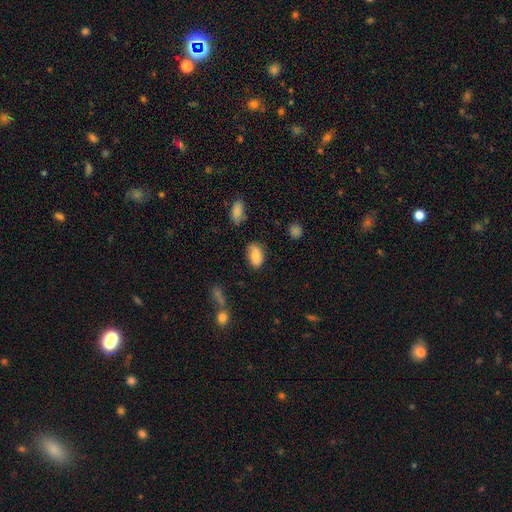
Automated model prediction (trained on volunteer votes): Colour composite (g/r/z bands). It shows a smooth galaxy with no disk features (76%) that is in between round and cigar-shaped (90%). Merging: none (71%).